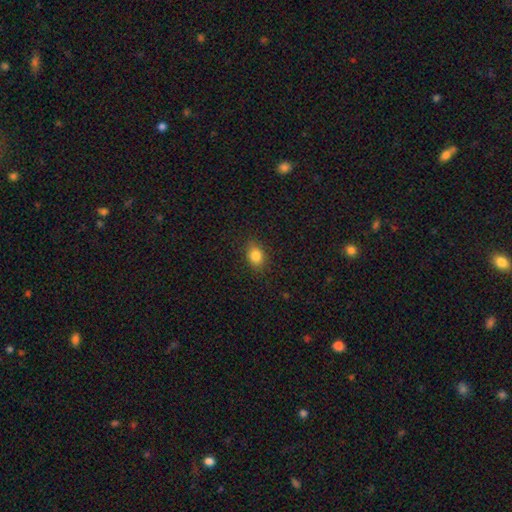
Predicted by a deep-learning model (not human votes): A smooth galaxy with no disk features (84%) that is in between round and cigar-shaped (61%). Merging: none (86%).